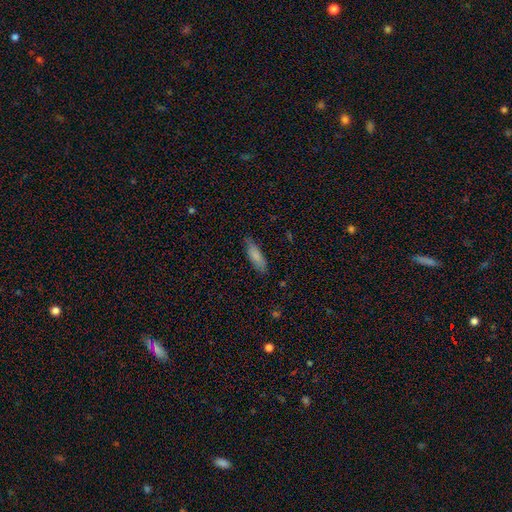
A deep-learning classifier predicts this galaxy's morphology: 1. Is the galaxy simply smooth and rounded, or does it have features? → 81% smooth, 12% featured or disk, 6% star or artifact.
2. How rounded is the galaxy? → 54% in between, 44% cigar-shaped, 2% round.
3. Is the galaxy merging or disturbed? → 77% none, 19% minor disturbance, 3% major disturbance, 1% merger.